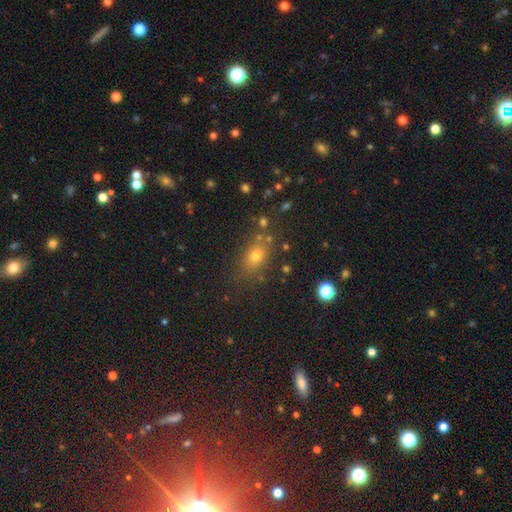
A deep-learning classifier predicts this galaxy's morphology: smooth-or-featured: smooth: 70% | star or artifact: 19% | featured or disk: 11%
  how-rounded: in between: 69% | round: 26% | cigar-shaped: 5%
  merging: none: 75% | minor disturbance: 14% | merger: 6% | major disturbance: 5%